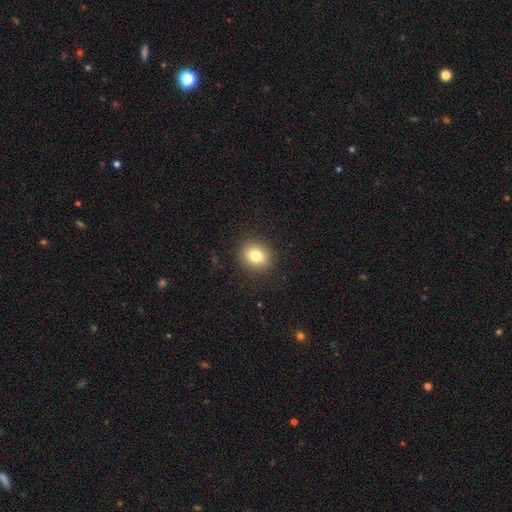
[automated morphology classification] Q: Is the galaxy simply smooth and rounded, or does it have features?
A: smooth — 81%.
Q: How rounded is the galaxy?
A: round — 75%.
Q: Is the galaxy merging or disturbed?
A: none — 90%.